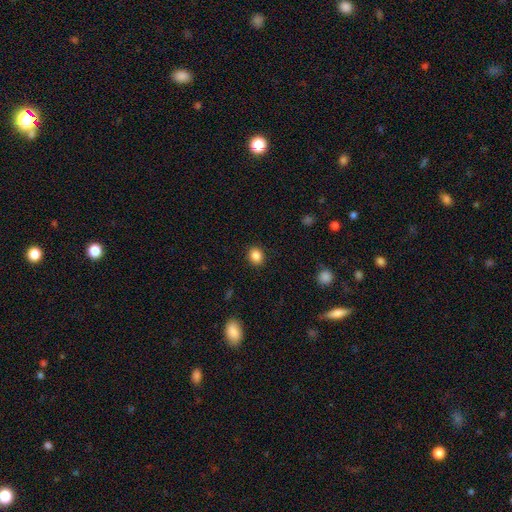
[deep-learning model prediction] Q: Smooth or featured?
A: smooth (86%); runner-up: star or artifact (10%)
Q: How rounded?
A: round (65%); runner-up: in between (34%)
Q: Merging?
A: none (90%); runner-up: minor disturbance (7%)